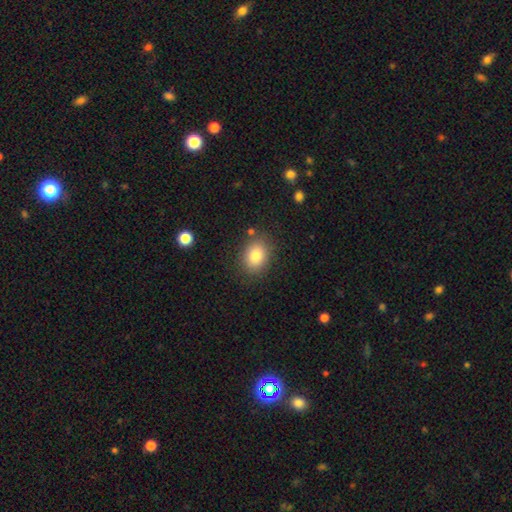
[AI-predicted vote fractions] Smooth or featured? Predicted: smooth (p=0.82). How rounded? Predicted: in between (p=0.57). Merging? Predicted: none (p=0.84).